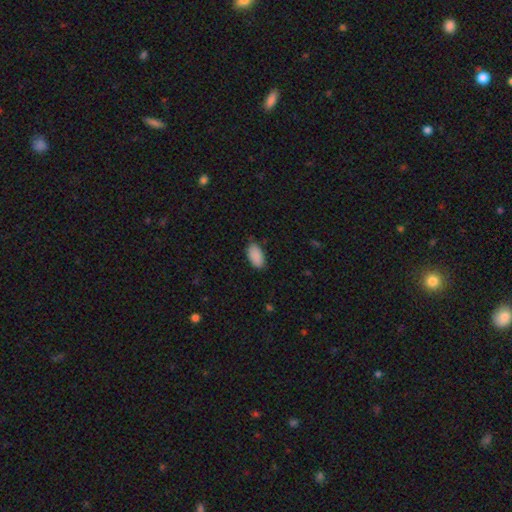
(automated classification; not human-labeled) A smooth galaxy with no disk features (90%) that is in between round and cigar-shaped (94%). Merging: none (79%).